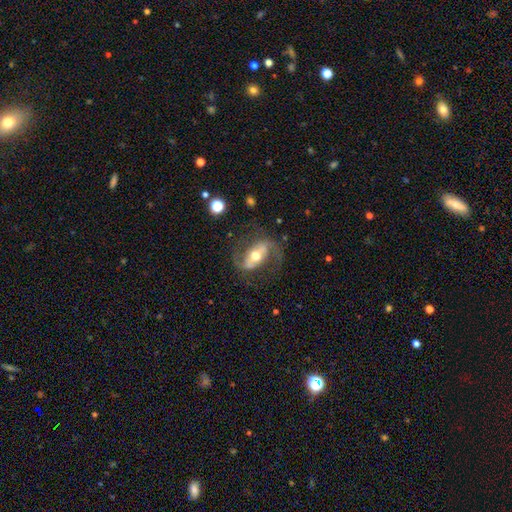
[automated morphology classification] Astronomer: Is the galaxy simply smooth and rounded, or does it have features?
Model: featured or disk — 78%.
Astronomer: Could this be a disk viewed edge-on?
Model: no — 93%.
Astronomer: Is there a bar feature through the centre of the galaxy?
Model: strong — 47% (runner-up: weak, 29%).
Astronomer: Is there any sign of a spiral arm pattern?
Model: yes — 85%.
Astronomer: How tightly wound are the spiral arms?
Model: medium — 48% (runner-up: loose, 37%).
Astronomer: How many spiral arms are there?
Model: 2 — 89%.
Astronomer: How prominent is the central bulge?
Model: moderate — 72%.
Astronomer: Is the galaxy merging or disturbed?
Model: none — 69%.